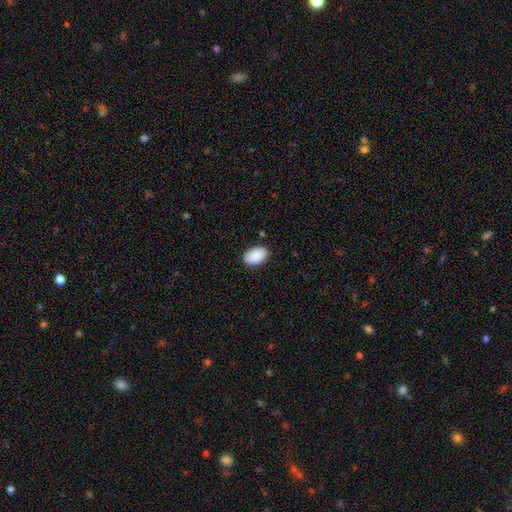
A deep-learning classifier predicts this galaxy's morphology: Overall: smooth (91%). How rounded: in between (93%). Merging: none (88%).